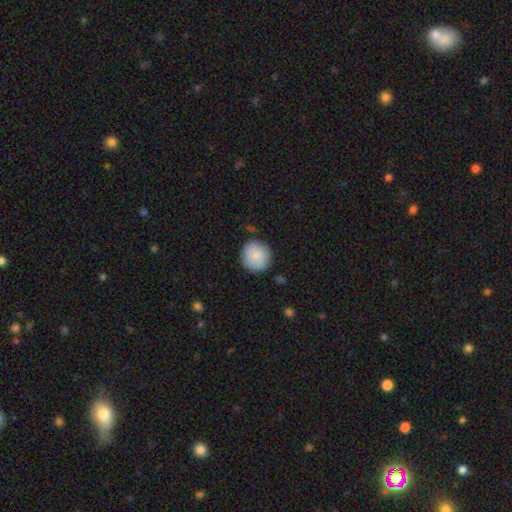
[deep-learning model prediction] Smooth or featured? smooth (87%)
How rounded? round (93%)
Merging? none (86%)